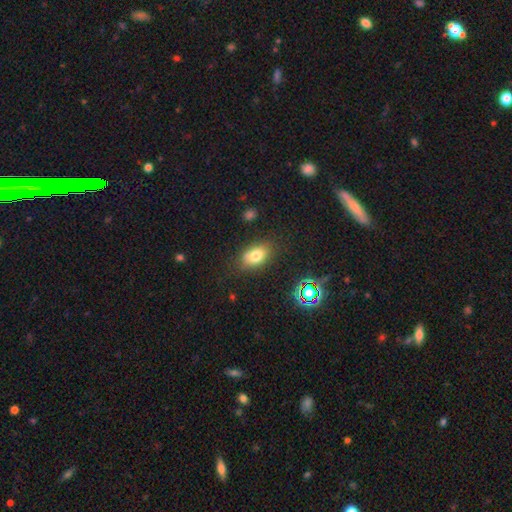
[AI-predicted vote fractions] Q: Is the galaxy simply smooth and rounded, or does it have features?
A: smooth — 75%.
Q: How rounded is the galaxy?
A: in between — 85%.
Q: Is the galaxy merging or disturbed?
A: none — 77%.